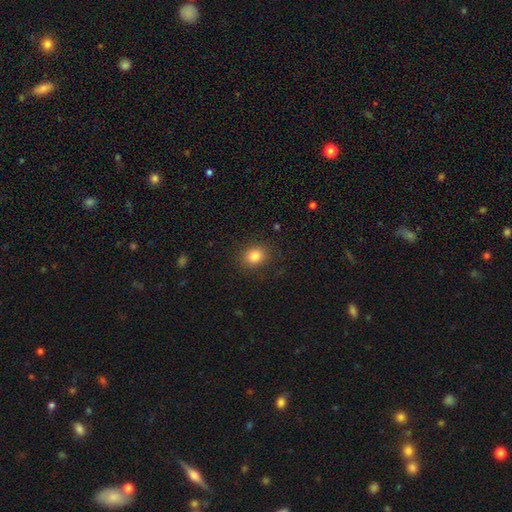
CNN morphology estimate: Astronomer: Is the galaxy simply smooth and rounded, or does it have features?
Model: smooth — 83%.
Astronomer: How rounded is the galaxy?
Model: round — 65%.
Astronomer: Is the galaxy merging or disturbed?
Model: none — 88%.